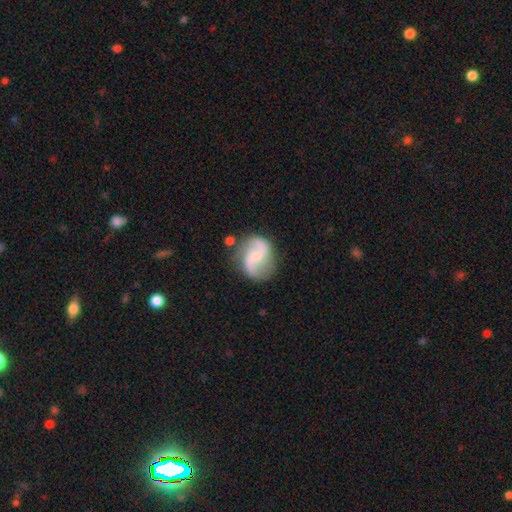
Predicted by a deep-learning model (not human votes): Smooth or featured? Predicted: featured or disk (p=0.80). Edge-on disk? Predicted: no (p=0.98). Bar? Predicted: no (p=0.48). Spiral arms? Predicted: yes (p=0.96). Spiral winding? Predicted: loose (p=0.51). Spiral arm count? Predicted: 2 (p=0.92). Bulge size? Predicted: small (p=0.51). Merging? Predicted: none (p=0.74).